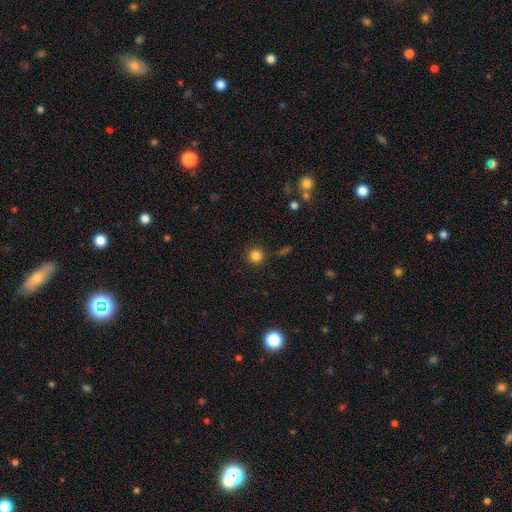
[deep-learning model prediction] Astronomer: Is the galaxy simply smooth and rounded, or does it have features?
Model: smooth — 83%.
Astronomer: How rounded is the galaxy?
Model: round — 94%.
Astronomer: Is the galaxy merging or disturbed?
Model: none — 88%.